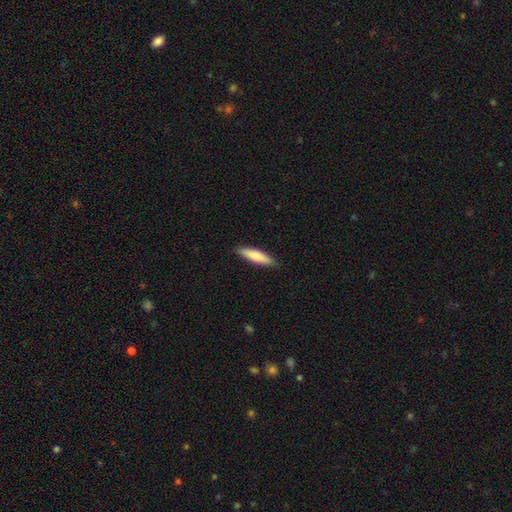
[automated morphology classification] Q: Smooth or featured?
A: smooth (78%); runner-up: featured or disk (17%)
Q: How rounded?
A: cigar-shaped (77%); runner-up: in between (22%)
Q: Merging?
A: none (89%); runner-up: minor disturbance (8%)